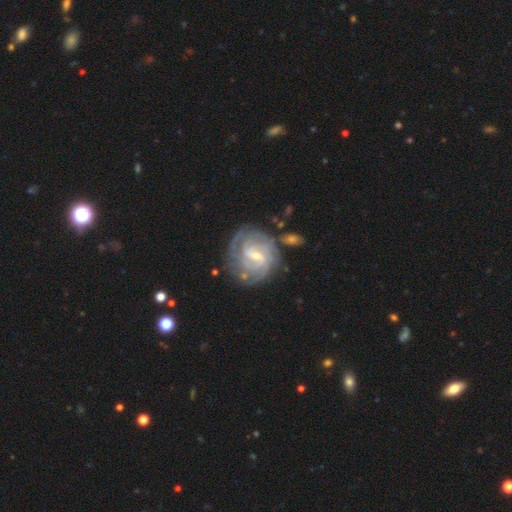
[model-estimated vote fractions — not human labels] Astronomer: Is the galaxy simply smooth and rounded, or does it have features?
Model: featured or disk — 84%.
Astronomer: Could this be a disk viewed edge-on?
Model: no — 97%.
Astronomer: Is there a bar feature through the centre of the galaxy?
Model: weak — 58%.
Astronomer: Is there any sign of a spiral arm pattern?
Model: yes — 93%.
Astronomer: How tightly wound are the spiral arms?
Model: tight — 67%.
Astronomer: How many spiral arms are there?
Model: can't tell — 39% (runner-up: 2, 22%).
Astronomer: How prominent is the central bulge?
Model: small — 61%.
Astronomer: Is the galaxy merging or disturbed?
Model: none — 68%.